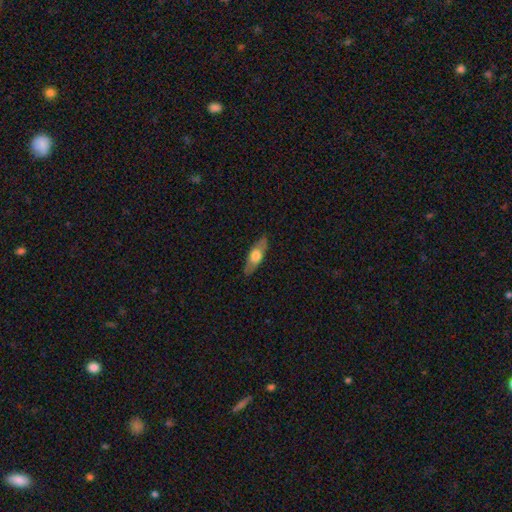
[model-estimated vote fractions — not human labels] This is possibly a smooth galaxy (52%). How rounded: possibly in between (58%). Merging: clearly none (85%).